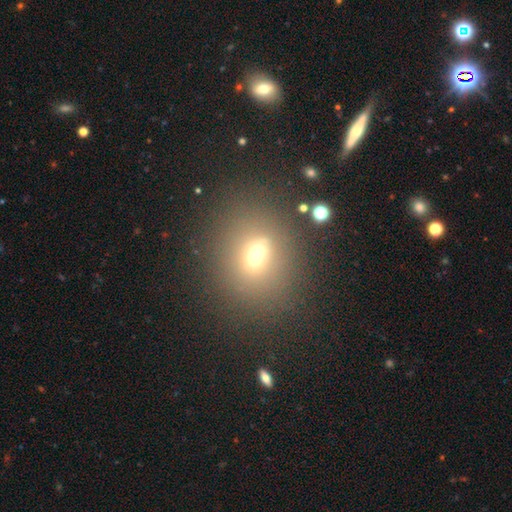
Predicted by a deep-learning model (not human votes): smooth_or_featured: smooth (p=0.56) [alt: star or artifact p=0.23]
how_rounded: round (p=0.55) [alt: in between p=0.42]
merging: none (p=0.63) [alt: merger p=0.22]